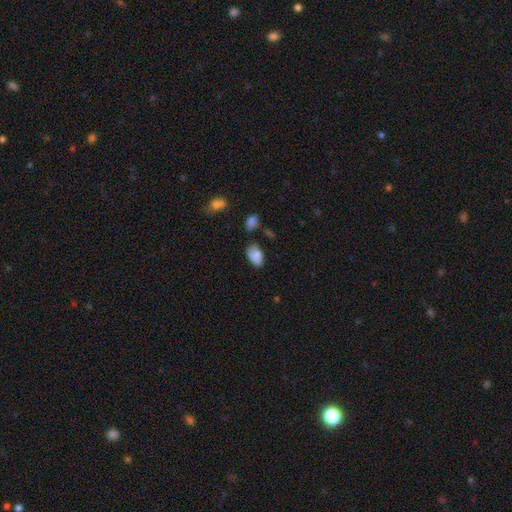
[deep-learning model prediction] Overall: smooth (79%). How rounded: in between (93%). Merging: none (52%; minor disturbance 33%).